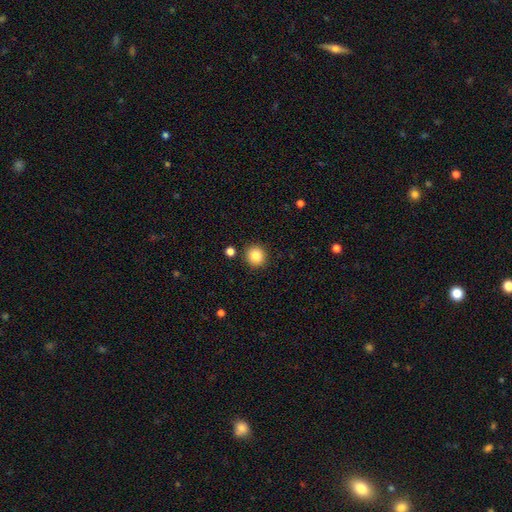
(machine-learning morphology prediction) Smooth or featured?
  - smooth: 86% *
  - star or artifact: 10%
  - featured or disk: 5%
How rounded?
  - round: 91% *
  - in between: 8%
  - cigar-shaped: 1%
Merging?
  - none: 89% *
  - minor disturbance: 6%
  - merger: 3%
  - major disturbance: 2%